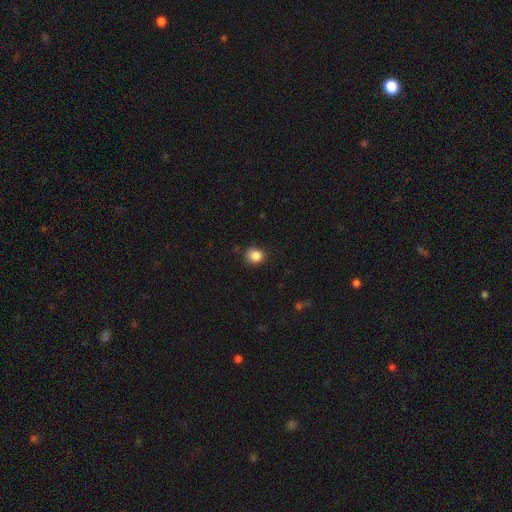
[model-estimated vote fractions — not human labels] This appears to be a smooth galaxy with no disk features (85%) that is round (70%). Merging: none (79%).